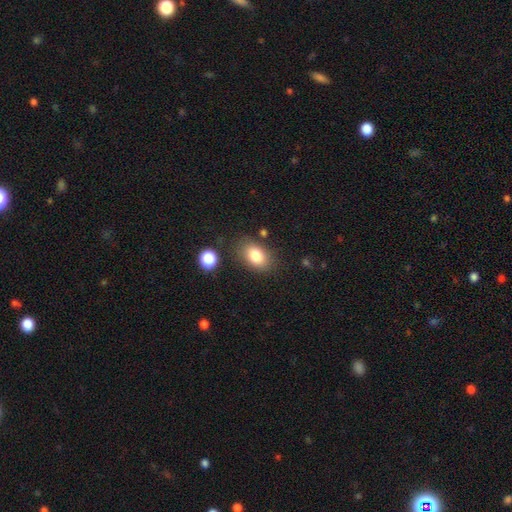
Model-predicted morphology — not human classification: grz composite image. It shows a smooth galaxy with no disk features (82%) that is in between round and cigar-shaped (84%). Merging: none (78%).